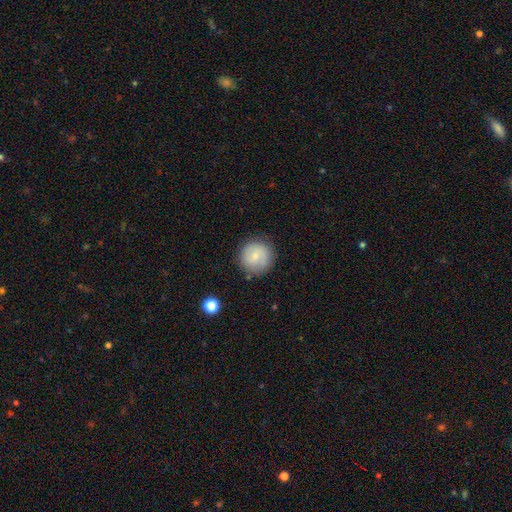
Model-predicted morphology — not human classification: Q: Smooth or featured?
A: smooth (69%); runner-up: featured or disk (23%)
Q: How rounded?
A: round (95%); runner-up: in between (4%)
Q: Merging?
A: none (83%); runner-up: minor disturbance (11%)